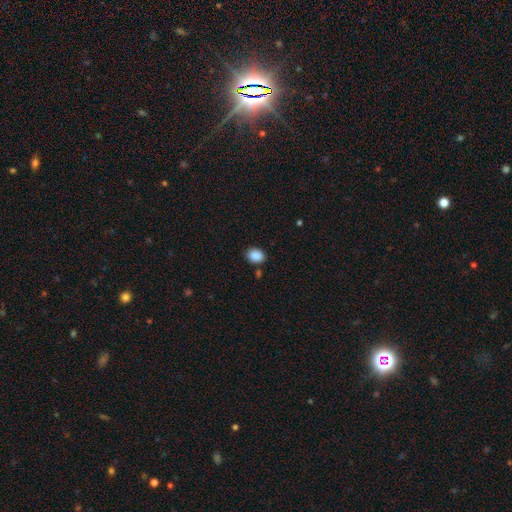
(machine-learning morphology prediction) Smooth or featured? Predicted: smooth (p=0.89). How rounded? Predicted: in between (p=0.63). Merging? Predicted: none (p=0.82).